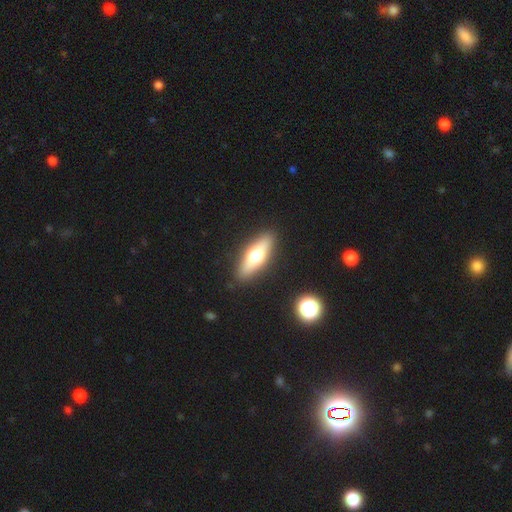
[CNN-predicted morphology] Smooth or featured? Predicted: smooth (p=0.52). How rounded? Predicted: cigar-shaped (p=0.50). Merging? Predicted: none (p=0.89).